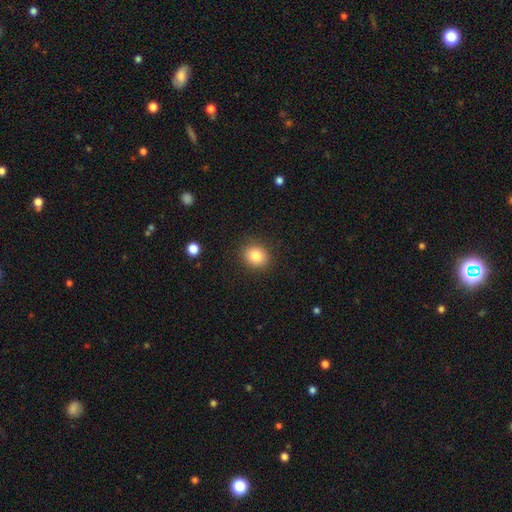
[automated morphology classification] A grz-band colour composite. It shows a smooth galaxy with no disk features (83%) that is round (70%). Merging: none (88%).